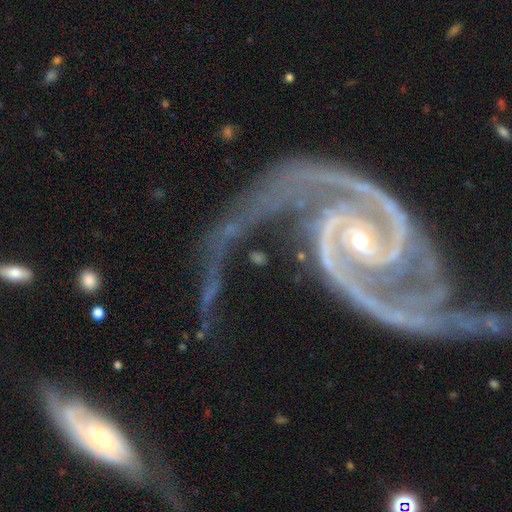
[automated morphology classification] A featured or disk galaxy (91%) with no bar (46%), 2 (78%) medium (44%) spiral arms (96%) and a small central bulge (56%).

Vote fractions:
- Smooth or featured? featured or disk: 91% / star or artifact: 5% / smooth: 3%
- Edge-on disk? no: 96% / yes: 4%
- Bar? no: 46% / weak: 33% / strong: 22%
- Spiral arms? yes: 96% / no: 4%
- Spiral winding? medium: 44% / loose: 28% / tight: 28%
- Spiral arm count? 2: 78% / 3: 6% / can't tell: 5% / 1: 4% / 4: 4% / more than 4: 3%
- Bulge size? small: 56% / moderate: 38% / large: 2% / none: 2% / dominant: 1%
- Merging? none: 43% / major disturbance: 31% / minor disturbance: 18% / merger: 8%